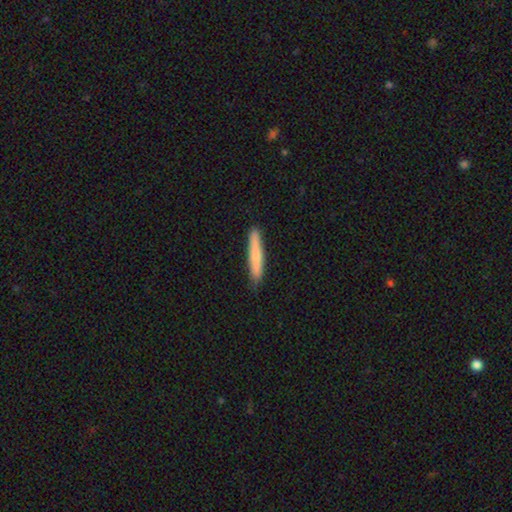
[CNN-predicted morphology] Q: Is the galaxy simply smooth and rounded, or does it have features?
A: smooth — 73%.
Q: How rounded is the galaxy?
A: cigar-shaped — 94%.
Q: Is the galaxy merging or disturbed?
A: none — 88%.